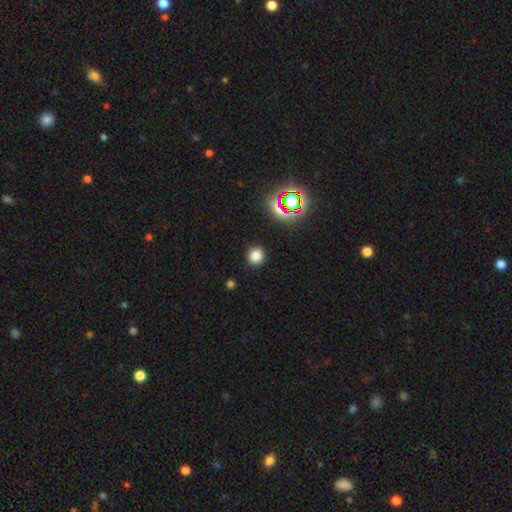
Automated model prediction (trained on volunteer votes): Smooth or featured: smooth — 79% (star or artifact — 16%)
How rounded: round — 94% (in between — 5%)
Merging: none — 91% (minor disturbance — 5%)